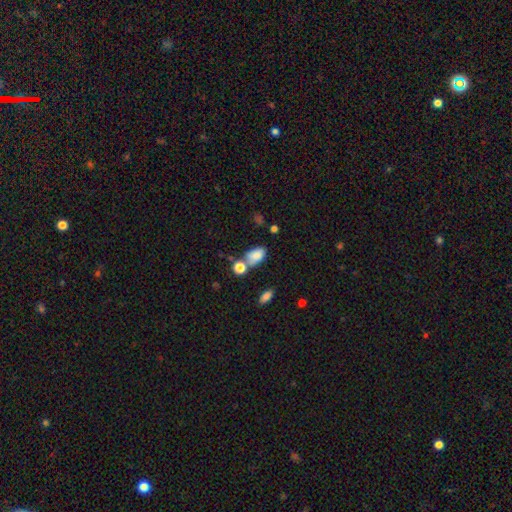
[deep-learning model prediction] The model was most divided on "merging": none: 43%, merger: 31%, minor disturbance: 18%, major disturbance: 8%. More confident: how rounded — in between (87%); smooth or featured — smooth (79%).